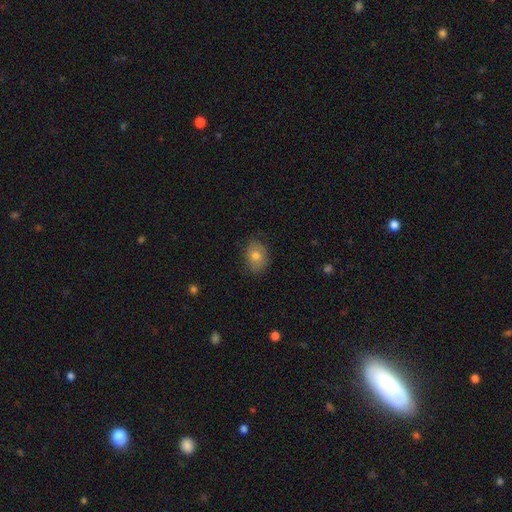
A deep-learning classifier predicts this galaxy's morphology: smooth_or_featured: smooth (p=0.74) [alt: featured or disk p=0.17]
how_rounded: in between (p=0.65) [alt: round p=0.34]
merging: none (p=0.80) [alt: minor disturbance p=0.16]